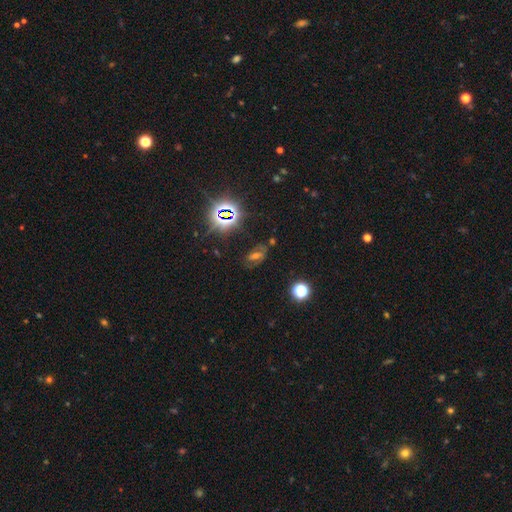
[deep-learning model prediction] This appears to be a star or artifact, not a galaxy (45%).